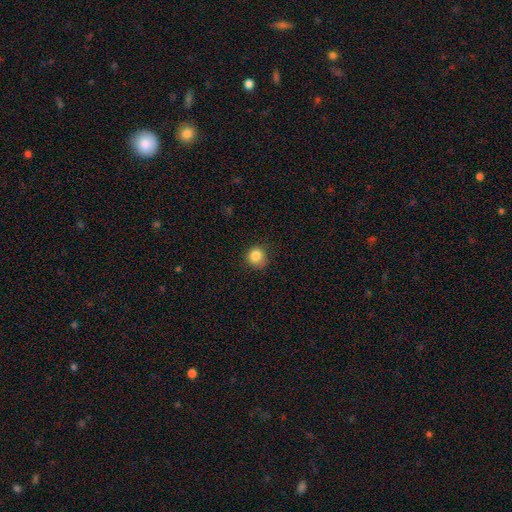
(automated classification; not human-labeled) Q: Smooth or featured?
A: smooth (85%); runner-up: star or artifact (10%)
Q: How rounded?
A: round (88%); runner-up: in between (11%)
Q: Merging?
A: none (78%); runner-up: minor disturbance (17%)